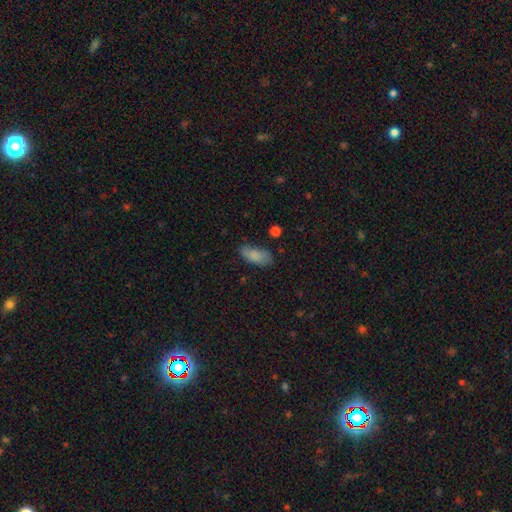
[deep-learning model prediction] Smooth or featured: smooth — 83% (featured or disk — 10%)
How rounded: in between — 87% (cigar-shaped — 11%)
Merging: none — 70% (minor disturbance — 22%)